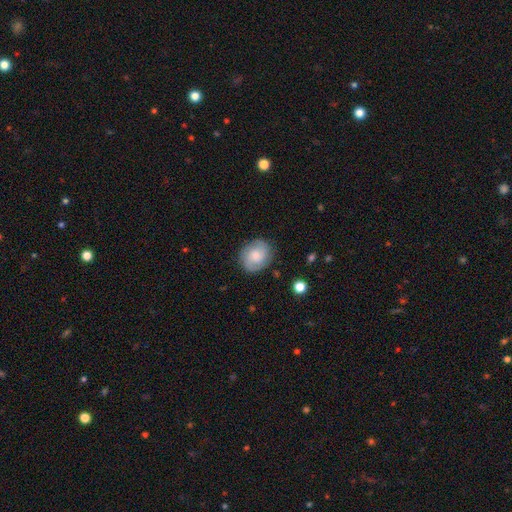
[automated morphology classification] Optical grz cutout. It shows a featured or disk galaxy (50%). Merging: none (82%).